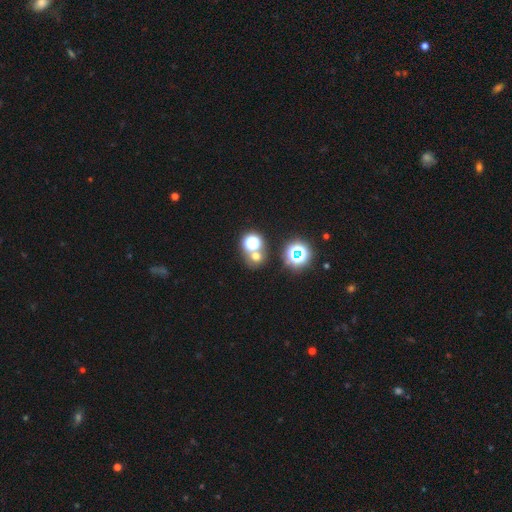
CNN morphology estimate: A smooth galaxy with no disk features (54%) that is round (82%). Merging: none (61%).